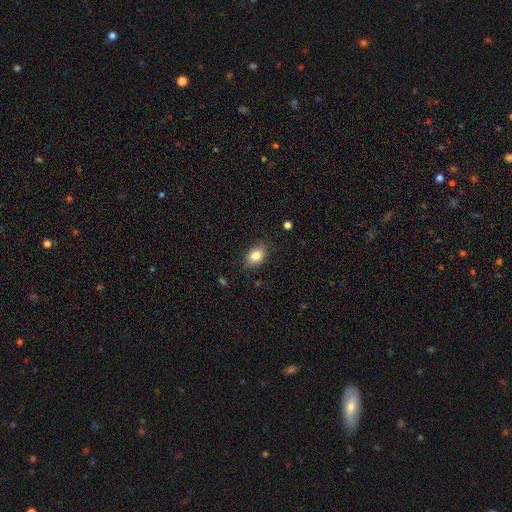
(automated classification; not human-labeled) Smooth or featured: smooth — 83% (star or artifact — 9%)
How rounded: in between — 74% (round — 25%)
Merging: none — 83% (minor disturbance — 13%)